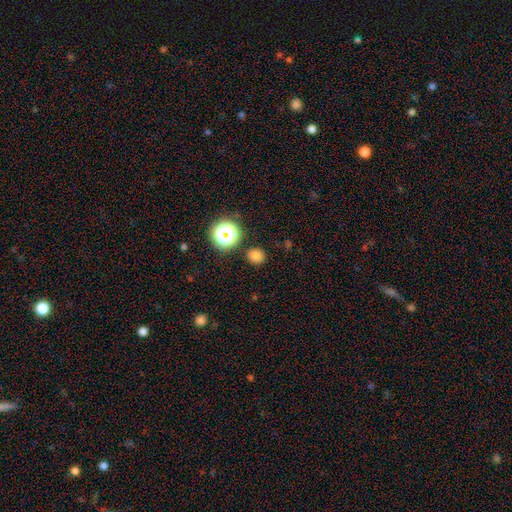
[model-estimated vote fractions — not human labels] smooth_or_featured: smooth (p=0.75) [alt: star or artifact p=0.20]
how_rounded: round (p=0.87) [alt: in between p=0.12]
merging: none (p=0.88) [alt: minor disturbance p=0.07]